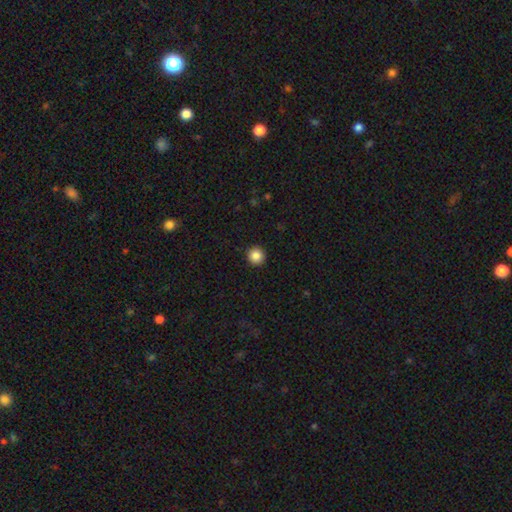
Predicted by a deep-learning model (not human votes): Q: Smooth or featured?
A: smooth (87%); runner-up: star or artifact (10%)
Q: How rounded?
A: round (96%); runner-up: in between (3%)
Q: Merging?
A: none (93%); runner-up: minor disturbance (4%)